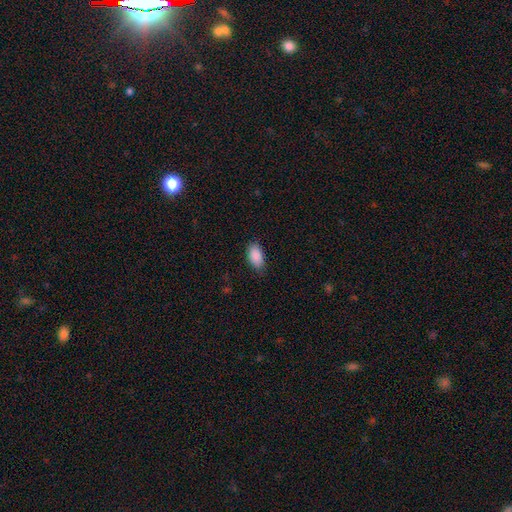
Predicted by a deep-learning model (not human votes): A smooth galaxy with no disk features (90%) that is in between round and cigar-shaped (94%).

Vote fractions:
- Smooth or featured? smooth: 90% / star or artifact: 7% / featured or disk: 4%
- How rounded? in between: 94% / round: 3% / cigar-shaped: 3%
- Merging? none: 82% / minor disturbance: 14% / major disturbance: 3% / merger: 1%